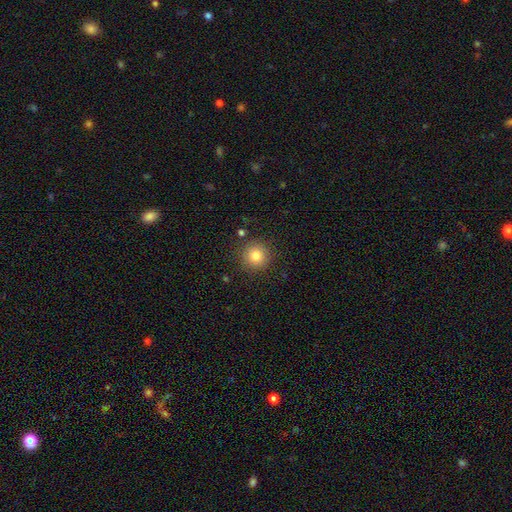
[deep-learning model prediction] The model was most divided on "smooth or featured": smooth: 81%, star or artifact: 12%, featured or disk: 7%. More confident: how rounded — round (95%); merging — none (89%).